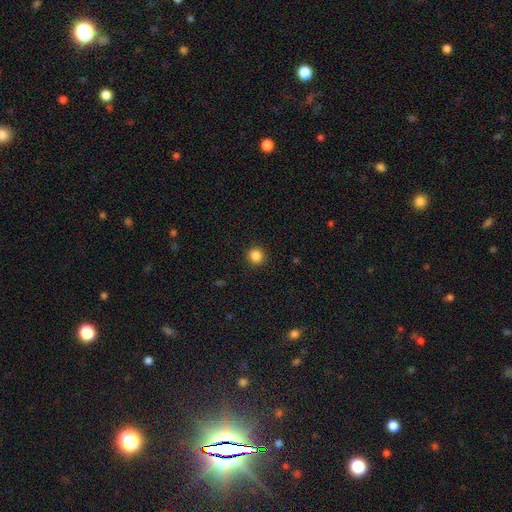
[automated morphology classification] Smooth or featured? Predicted: smooth (p=0.86). How rounded? Predicted: round (p=0.93). Merging? Predicted: none (p=0.92).